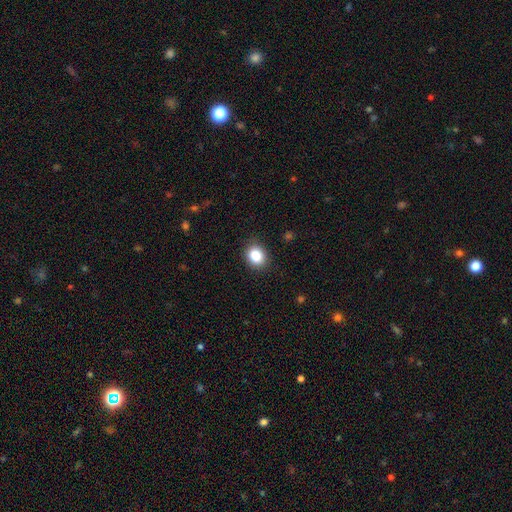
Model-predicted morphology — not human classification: Smooth or featured? Predicted: smooth (p=0.86). How rounded? Predicted: round (p=0.55). Merging? Predicted: none (p=0.87).